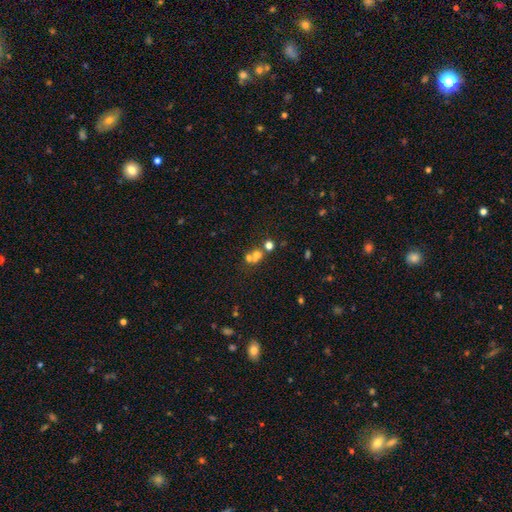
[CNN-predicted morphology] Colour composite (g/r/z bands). It shows a smooth galaxy with no disk features (55%) that is round (79%). Merging: merger (50%).